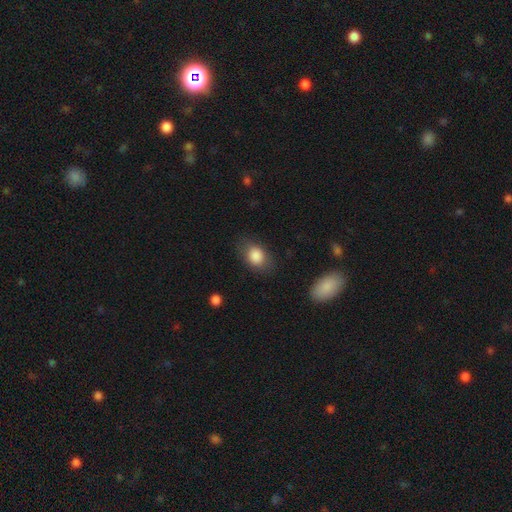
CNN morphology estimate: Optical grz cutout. It shows a smooth galaxy with no disk features (85%) that is in between round and cigar-shaped (72%). Merging: none (76%).